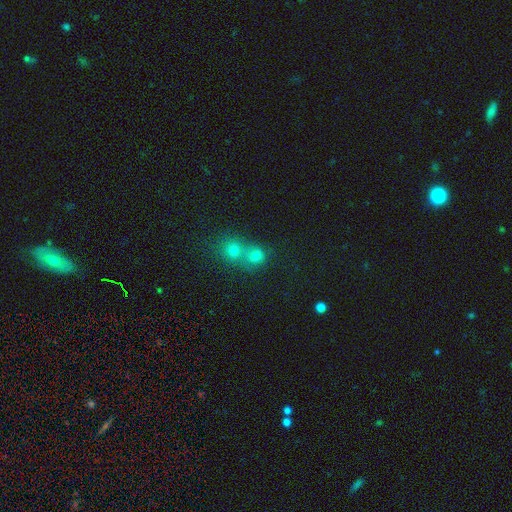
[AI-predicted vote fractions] Q: Smooth or featured?
A: smooth (72%); runner-up: star or artifact (19%)
Q: How rounded?
A: round (78%); runner-up: in between (21%)
Q: Merging?
A: merger (60%); runner-up: none (32%)